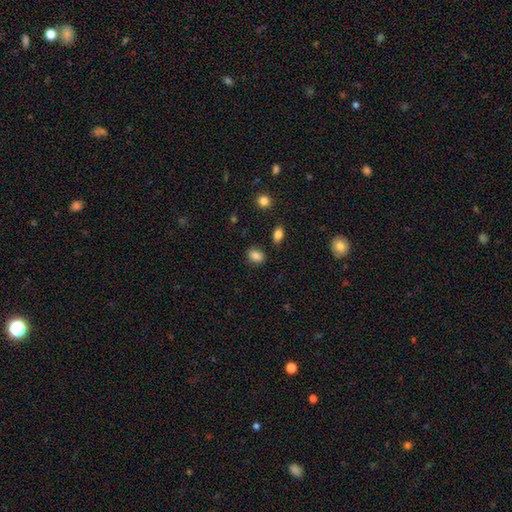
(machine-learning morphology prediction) Smooth or featured? smooth (85%)
How rounded? in between (65%)
Merging? none (83%)